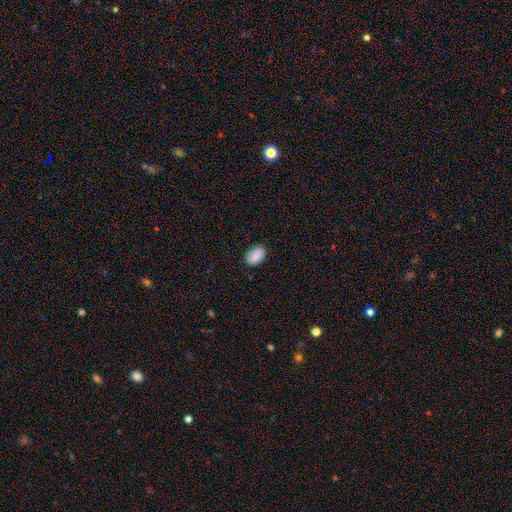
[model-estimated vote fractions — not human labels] This appears to be a smooth galaxy with no disk features (84%) that is in between round and cigar-shaped (88%). Merging: none (84%).